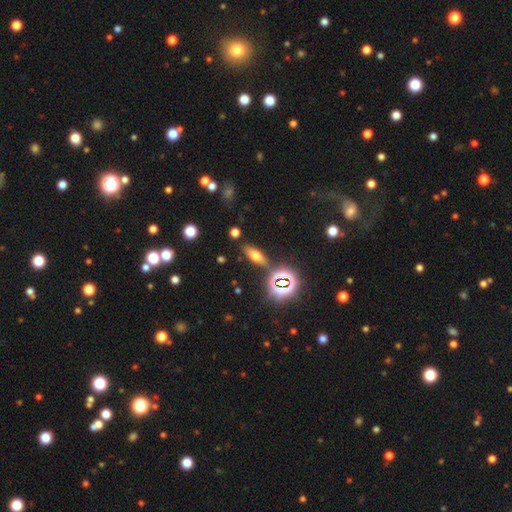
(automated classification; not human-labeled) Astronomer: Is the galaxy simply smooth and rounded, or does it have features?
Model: smooth — 48% (runner-up: featured or disk, 27%).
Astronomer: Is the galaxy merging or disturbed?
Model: none — 81%.